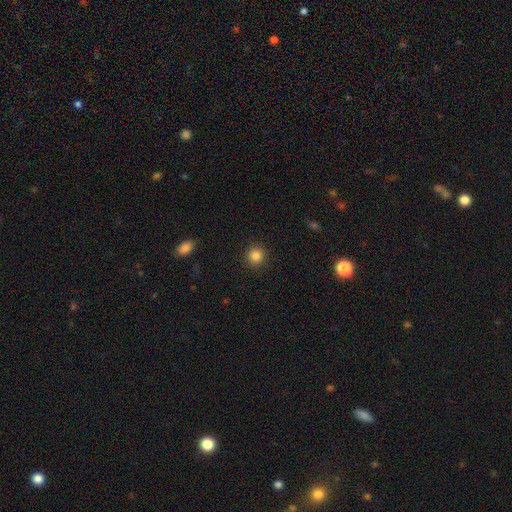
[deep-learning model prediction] Smooth or featured? smooth (85%)
How rounded? round (94%)
Merging? none (91%)